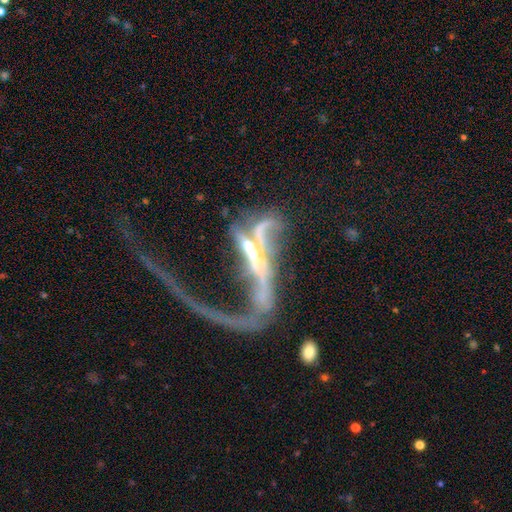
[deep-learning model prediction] A featured or disk galaxy (72%) with no bar (50%), no spiral arms (53%) and a small central bulge (35%).

Vote fractions:
- Smooth or featured? featured or disk: 72% / smooth: 15% / star or artifact: 12%
- Edge-on disk? no: 79% / yes: 21%
- Bar? no: 50% / strong: 29% / weak: 21%
- Spiral arms? no: 53% / yes: 47%
- Bulge size? small: 35% / none: 33% / moderate: 24% / large: 5% / dominant: 3%
- Merging? major disturbance: 49% / merger: 33% / none: 12% / minor disturbance: 7%